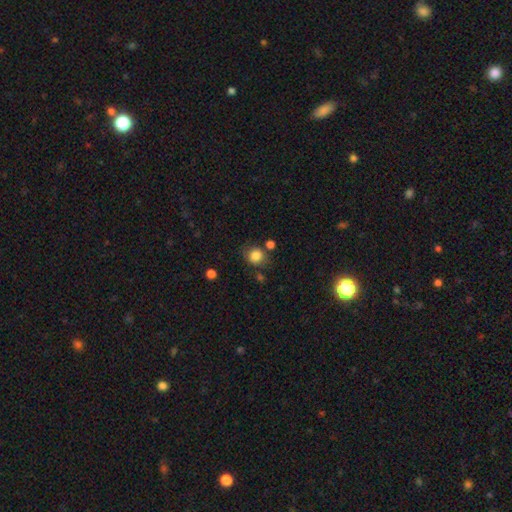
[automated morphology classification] Smooth or featured?
  - smooth: 83% *
  - star or artifact: 10%
  - featured or disk: 7%
How rounded?
  - round: 78% *
  - in between: 21%
  - cigar-shaped: 1%
Merging?
  - none: 70% *
  - minor disturbance: 17%
  - merger: 7%
  - major disturbance: 6%